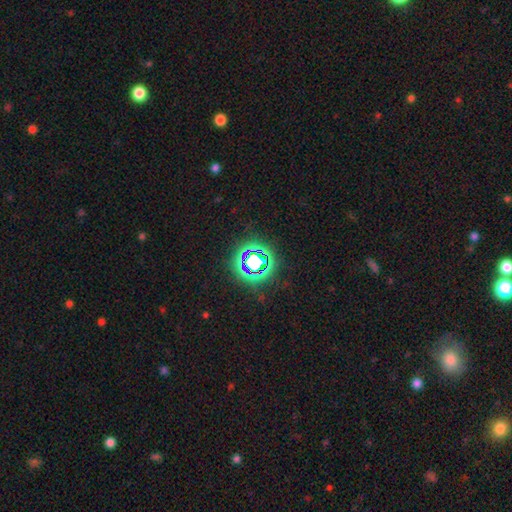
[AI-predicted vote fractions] Smooth or featured: star or artifact — 78% (smooth — 14%)